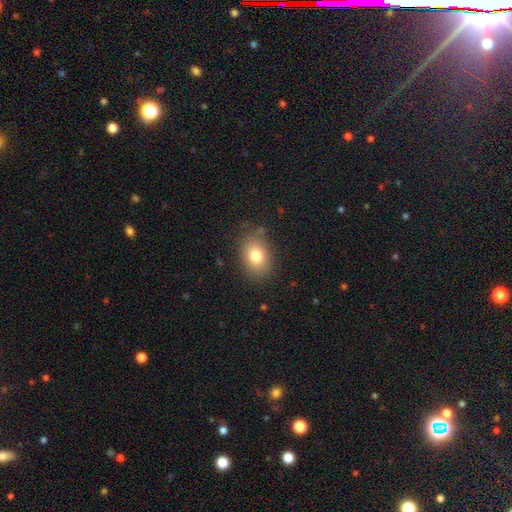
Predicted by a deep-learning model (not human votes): A smooth galaxy with no disk features (79%) that is in between round and cigar-shaped (71%).

Vote fractions:
- Smooth or featured? smooth: 79% / featured or disk: 11% / star or artifact: 10%
- How rounded? in between: 71% / round: 28% / cigar-shaped: 1%
- Merging? none: 82% / minor disturbance: 12% / major disturbance: 4% / merger: 2%